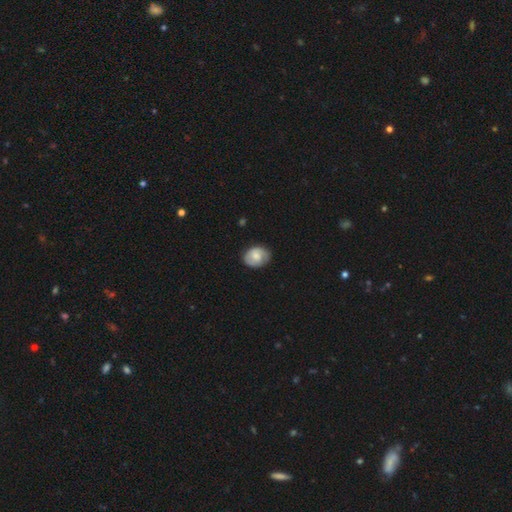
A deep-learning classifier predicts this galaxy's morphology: A smooth galaxy with no disk features (63%) that is in between round and cigar-shaped (53%). Merging: none (77%).